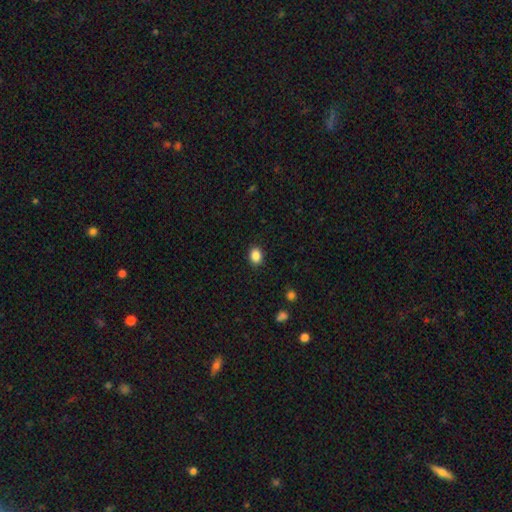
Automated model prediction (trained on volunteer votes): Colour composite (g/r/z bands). It shows a smooth galaxy with no disk features (87%) that is in between round and cigar-shaped (57%). Merging: none (90%).